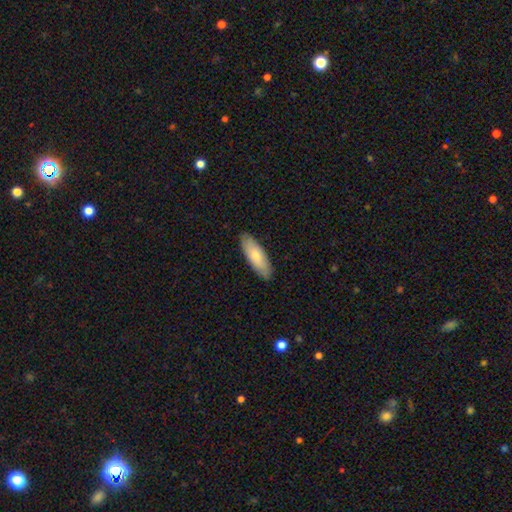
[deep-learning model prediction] This is likely a smooth galaxy (78%). How rounded: likely in between (60%). Merging: clearly none (87%).